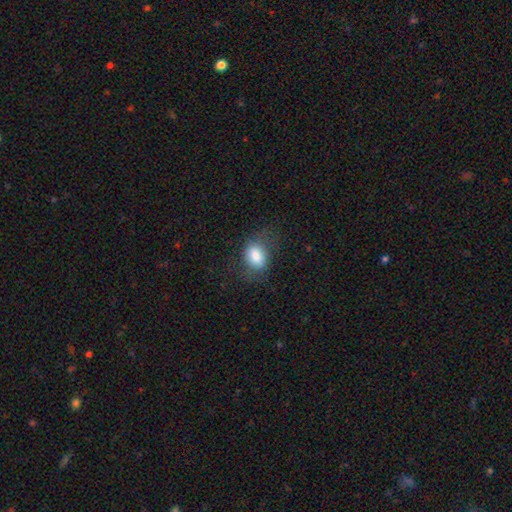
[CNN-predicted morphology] A smooth galaxy with no disk features (81%) that is in between round and cigar-shaped (70%).

Vote fractions:
- Smooth or featured? smooth: 81% / featured or disk: 10% / star or artifact: 9%
- How rounded? in between: 70% / round: 28% / cigar-shaped: 1%
- Merging? none: 65% / minor disturbance: 22% / major disturbance: 12% / merger: 1%